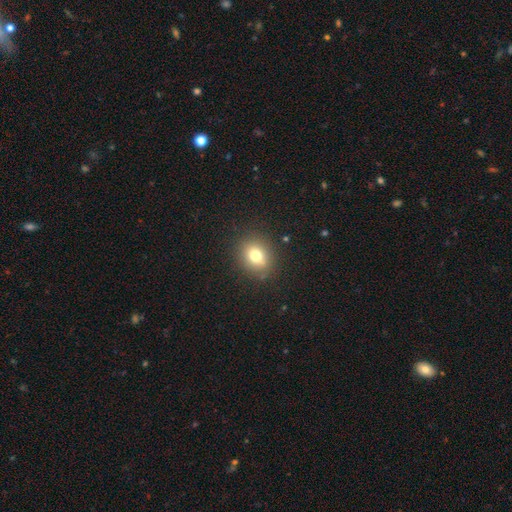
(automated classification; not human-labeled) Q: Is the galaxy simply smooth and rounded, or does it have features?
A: smooth — 75%.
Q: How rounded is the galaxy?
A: round — 59%.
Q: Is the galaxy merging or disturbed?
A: none — 84%.